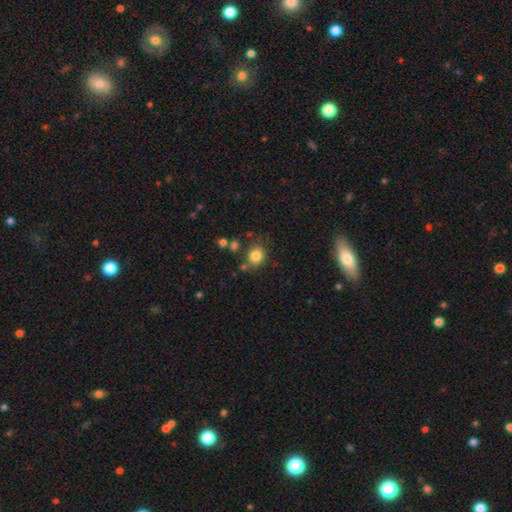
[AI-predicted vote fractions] smooth 82%, star or artifact 11%, featured or disk 7%. Down the decision tree: how rounded — round (70%); merging — none (73%).